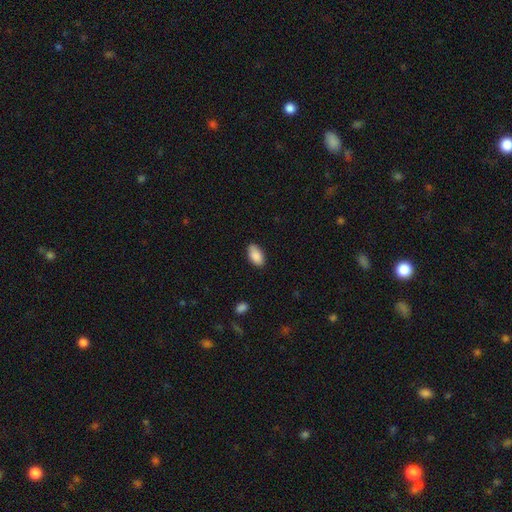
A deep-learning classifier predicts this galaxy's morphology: Smooth or featured: smooth — 89% (star or artifact — 6%)
How rounded: in between — 95% (round — 3%)
Merging: none — 84% (minor disturbance — 13%)